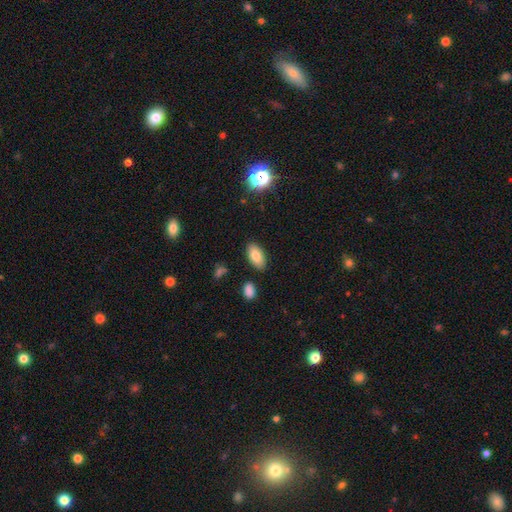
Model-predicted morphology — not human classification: Smooth or featured? Predicted: smooth (p=0.82). How rounded? Predicted: in between (p=0.93). Merging? Predicted: none (p=0.86).